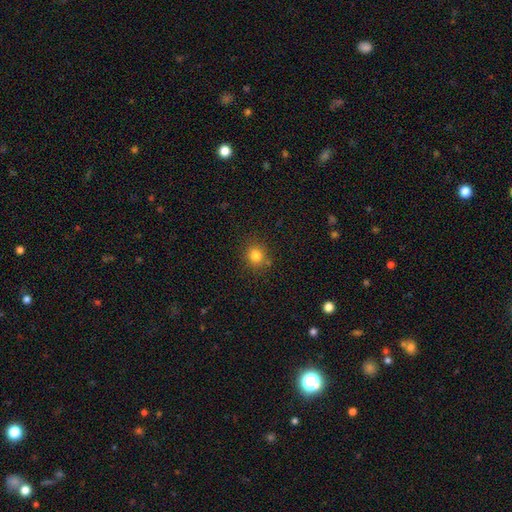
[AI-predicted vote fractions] Overall: smooth (81%). How rounded: round (83%). Merging: none (82%).